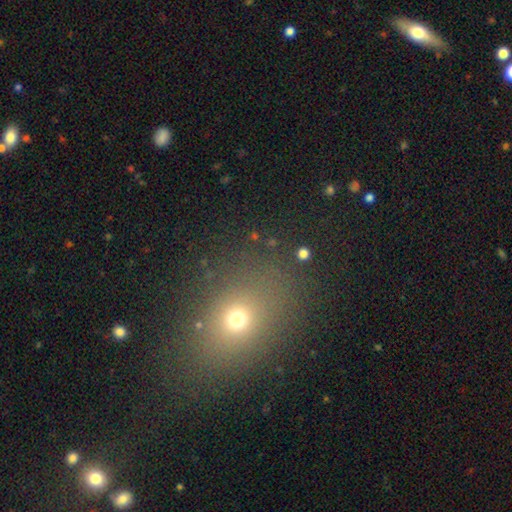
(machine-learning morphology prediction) This is possibly a smooth galaxy (59%). How rounded: possibly in between (54%). Merging: clearly none (83%).